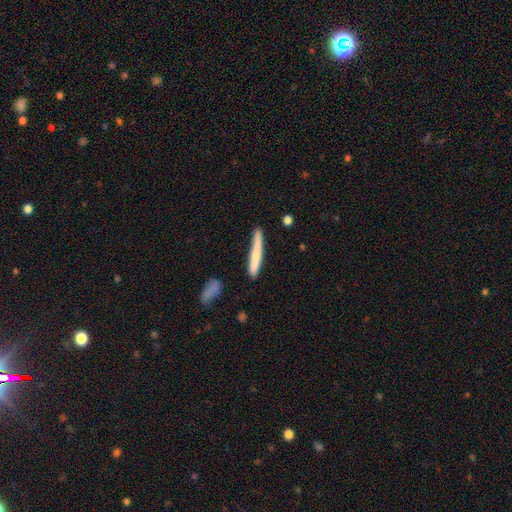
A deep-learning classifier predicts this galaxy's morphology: smooth_or_featured: smooth (p=0.67) [alt: featured or disk p=0.27]
how_rounded: cigar-shaped (p=0.96) [alt: in between p=0.03]
merging: none (p=0.80) [alt: minor disturbance p=0.14]